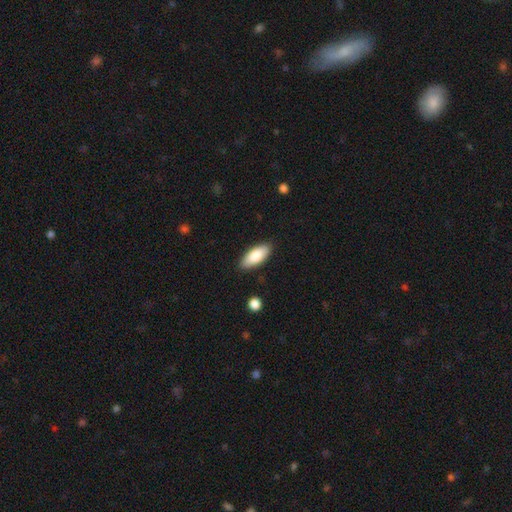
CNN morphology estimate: A smooth galaxy with no disk features (83%) that is in between round and cigar-shaped (80%).

Vote fractions:
- Smooth or featured? smooth: 83% / featured or disk: 12% / star or artifact: 6%
- How rounded? in between: 80% / cigar-shaped: 18% / round: 2%
- Merging? none: 87% / minor disturbance: 9% / major disturbance: 2% / merger: 1%